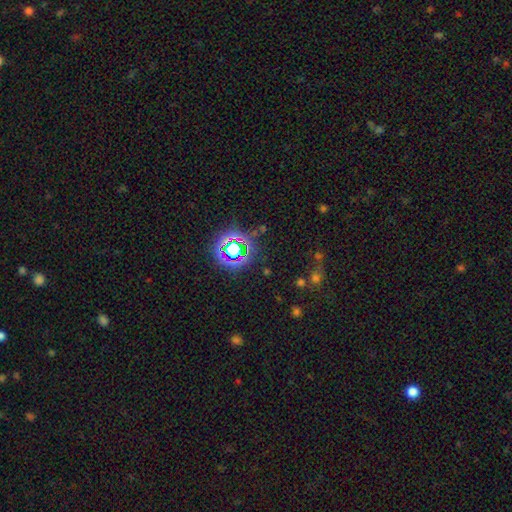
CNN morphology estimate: A star or artifact, not a galaxy (74%).